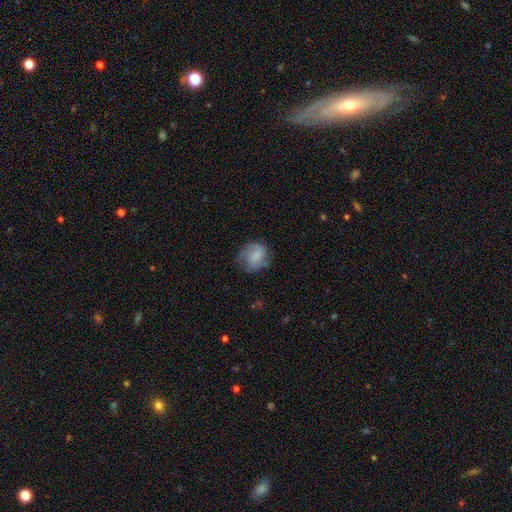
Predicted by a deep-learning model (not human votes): The model was most divided on "smooth or featured": smooth: 52%, featured or disk: 40%, star or artifact: 8%. More confident: how rounded — round (66%); merging — none (59%).